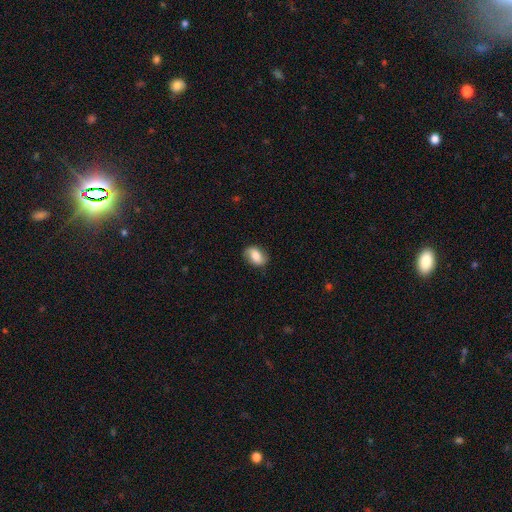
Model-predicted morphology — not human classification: Q: Smooth or featured?
A: smooth (64%); runner-up: featured or disk (28%)
Q: How rounded?
A: in between (83%); runner-up: round (15%)
Q: Merging?
A: none (80%); runner-up: minor disturbance (15%)